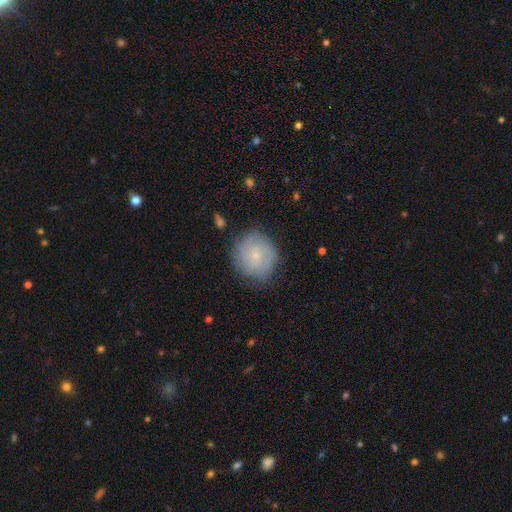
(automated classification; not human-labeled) This appears to be a smooth galaxy with no disk features (56%) that is round (89%). Merging: none (77%).